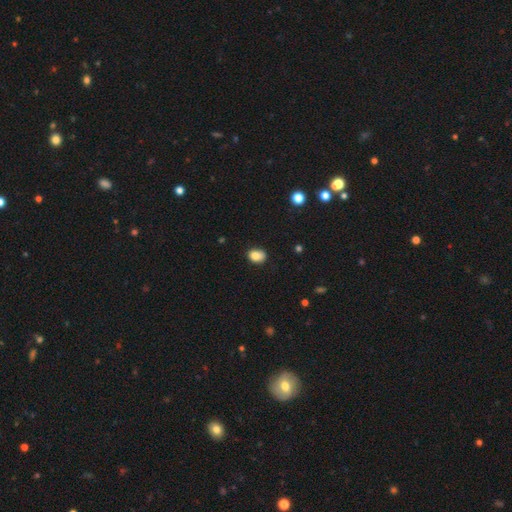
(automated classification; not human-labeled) The model was most divided on "how rounded": in between: 62%, round: 37%, cigar-shaped: 1%. More confident: smooth or featured — smooth (81%); merging — none (70%).